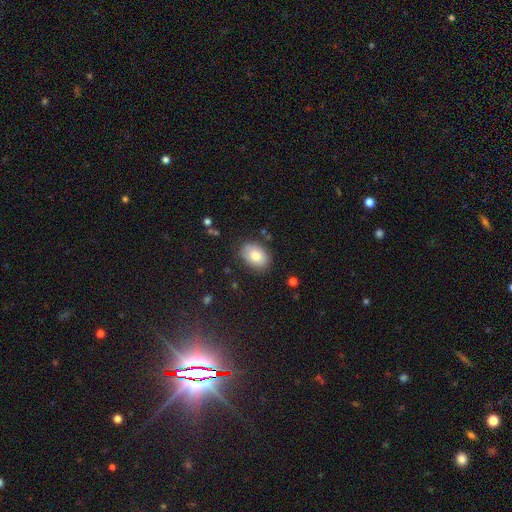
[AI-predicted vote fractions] Morphology: type=smooth (79%); roundness=in between (79%); merging=none (82%).